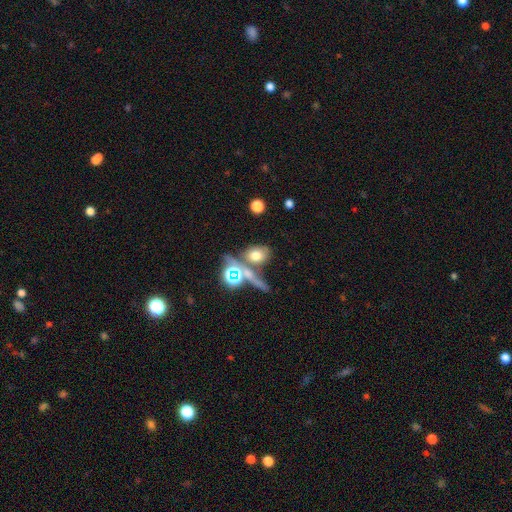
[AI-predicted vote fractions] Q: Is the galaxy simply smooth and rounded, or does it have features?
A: smooth — 61%.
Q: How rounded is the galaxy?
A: in between — 63%.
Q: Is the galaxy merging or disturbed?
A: none — 50%.